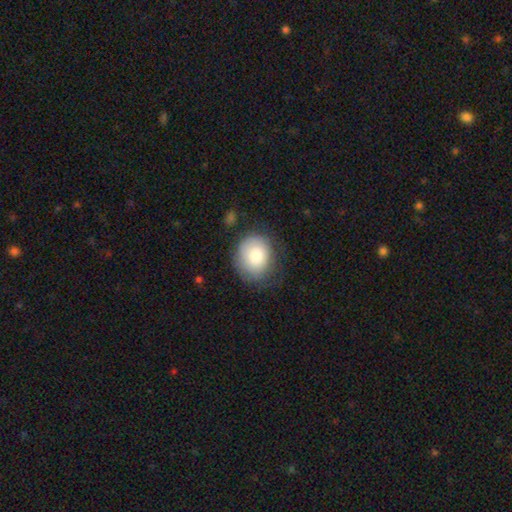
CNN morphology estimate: Smooth or featured?
  - smooth: 80% *
  - featured or disk: 13%
  - star or artifact: 7%
How rounded?
  - round: 65% *
  - in between: 34%
  - cigar-shaped: 1%
Merging?
  - none: 67% *
  - minor disturbance: 21%
  - major disturbance: 9%
  - merger: 2%